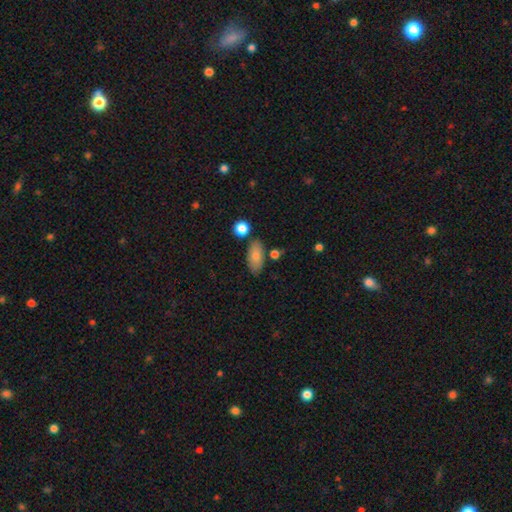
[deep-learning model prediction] Overall: smooth (81%). How rounded: in between (88%). Merging: none (76%).